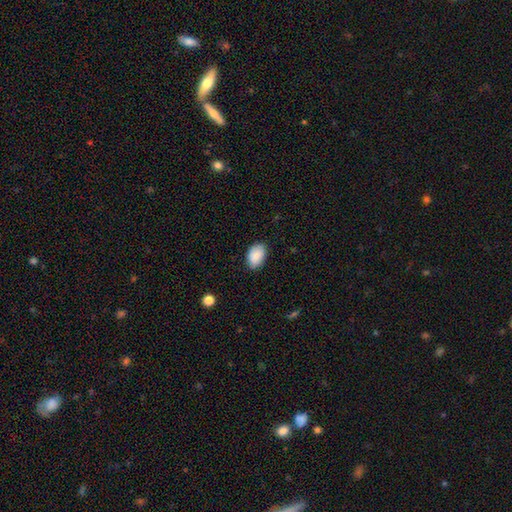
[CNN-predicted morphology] Q: Smooth or featured?
A: smooth (88%); runner-up: star or artifact (7%)
Q: How rounded?
A: in between (89%); runner-up: round (10%)
Q: Merging?
A: none (82%); runner-up: minor disturbance (14%)